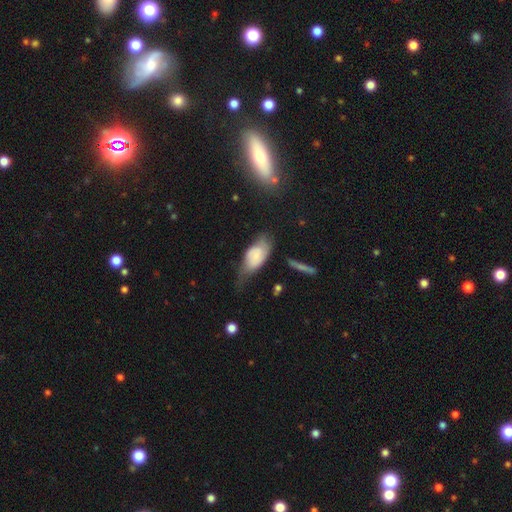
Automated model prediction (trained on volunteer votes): The model was most divided on "merging": minor disturbance: 37%, none: 33%, major disturbance: 26%, merger: 4%. More confident: how rounded — in between (88%); smooth or featured — smooth (50%).